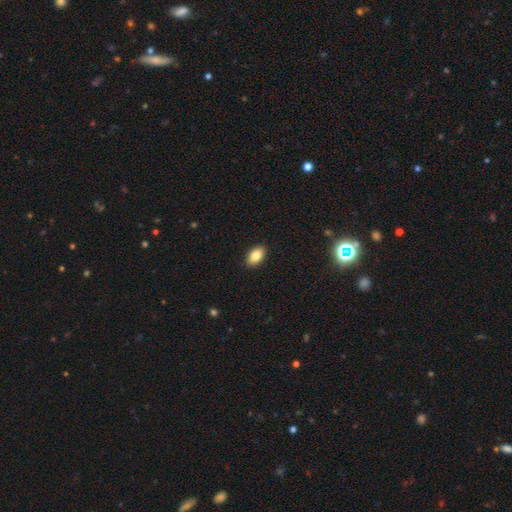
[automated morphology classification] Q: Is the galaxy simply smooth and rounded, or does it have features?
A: smooth — 84%.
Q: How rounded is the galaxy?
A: in between — 91%.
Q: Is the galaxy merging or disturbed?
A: none — 90%.